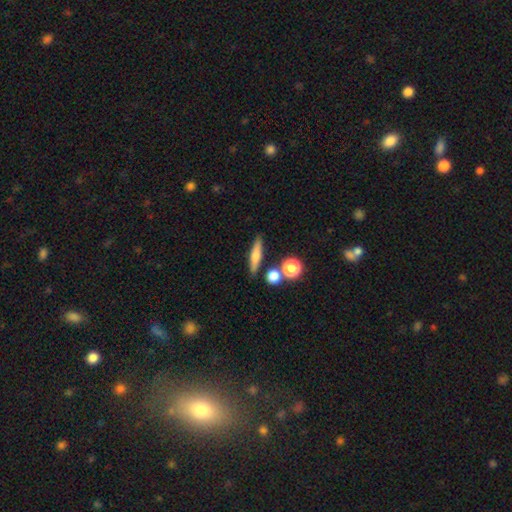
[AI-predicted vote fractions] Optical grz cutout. It shows a smooth galaxy with no disk features (62%) that is cigar-shaped (67%). Merging: none (79%).